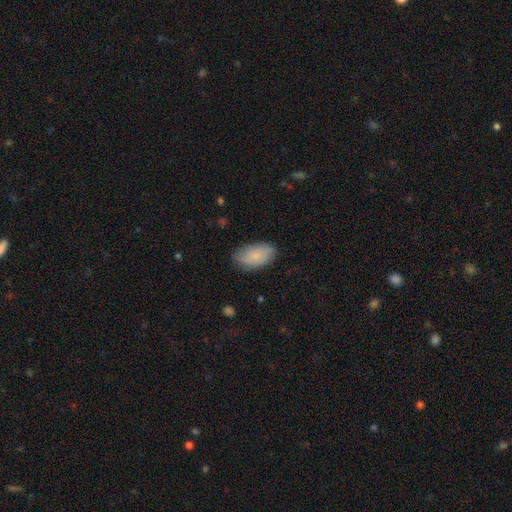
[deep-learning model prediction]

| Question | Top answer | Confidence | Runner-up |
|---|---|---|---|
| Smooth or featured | smooth | 83% | featured or disk (11%) |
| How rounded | in between | 94% | round (3%) |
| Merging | none | 80% | minor disturbance (15%) |